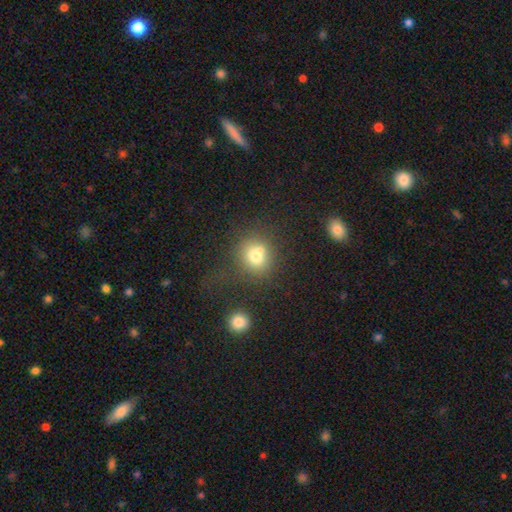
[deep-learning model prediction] The model was most divided on "merging": none: 58%, merger: 17%, minor disturbance: 15%, major disturbance: 9%. More confident: how rounded — round (80%); smooth or featured — smooth (74%).